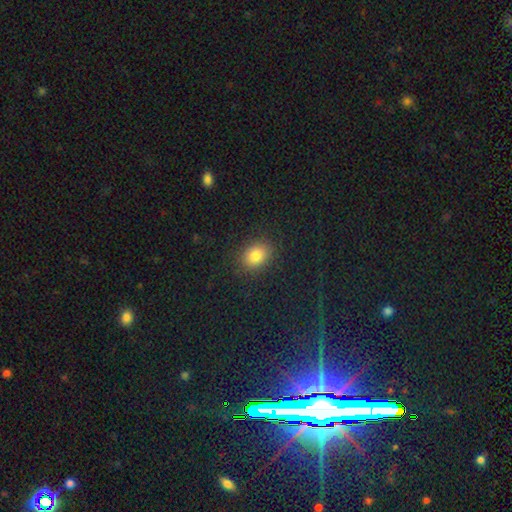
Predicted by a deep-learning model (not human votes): smooth 80%, star or artifact 13%, featured or disk 7%. Down the decision tree: how rounded — in between (60%); merging — none (87%).